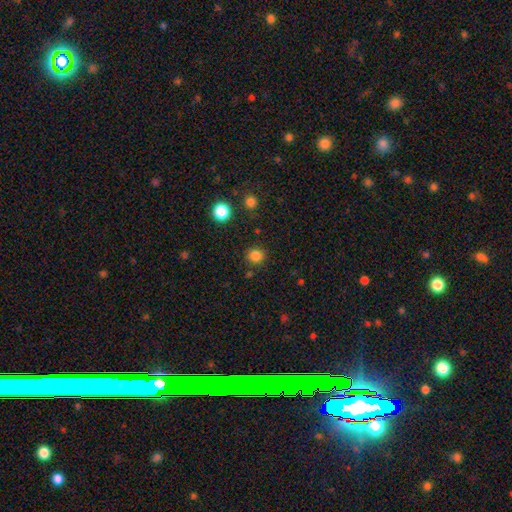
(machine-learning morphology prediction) Q: Smooth or featured?
A: smooth (83%); runner-up: star or artifact (14%)
Q: How rounded?
A: round (87%); runner-up: in between (12%)
Q: Merging?
A: none (87%); runner-up: minor disturbance (8%)